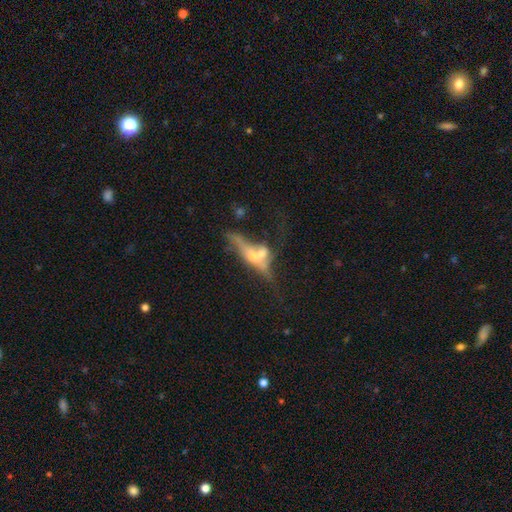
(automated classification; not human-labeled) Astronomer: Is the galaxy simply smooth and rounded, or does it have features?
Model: featured or disk — 58%.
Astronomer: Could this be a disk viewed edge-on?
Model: yes — 62% (runner-up: no, 38%).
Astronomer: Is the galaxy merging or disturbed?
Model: merger — 53%.